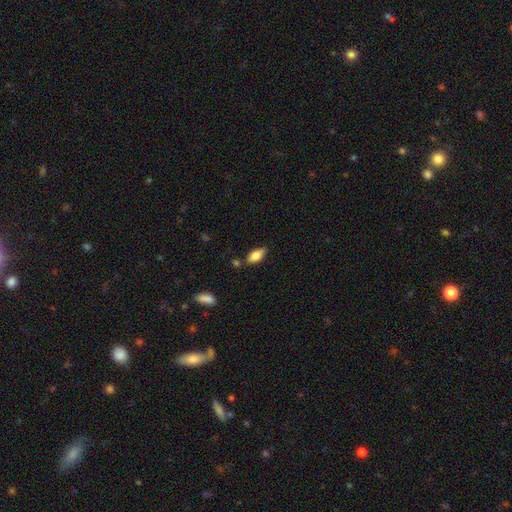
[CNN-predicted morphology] Smooth or featured? smooth (77%)
How rounded? in between (85%)
Merging? none (75%)